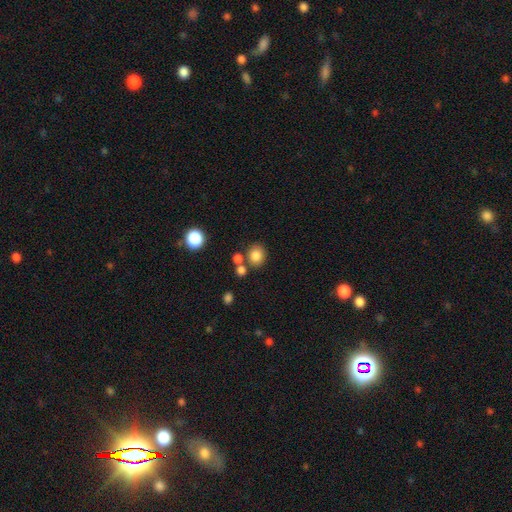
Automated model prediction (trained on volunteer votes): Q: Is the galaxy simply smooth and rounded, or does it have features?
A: smooth — 82%.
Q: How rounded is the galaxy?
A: round — 72%.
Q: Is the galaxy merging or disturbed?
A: none — 69%.